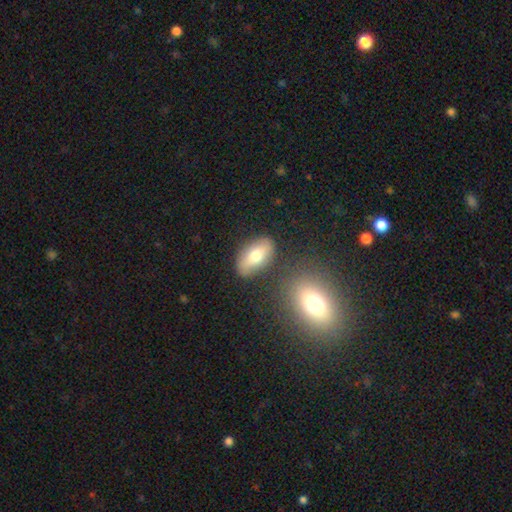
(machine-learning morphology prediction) Q: Smooth or featured?
A: smooth (68%); runner-up: featured or disk (24%)
Q: How rounded?
A: in between (89%); runner-up: cigar-shaped (6%)
Q: Merging?
A: none (78%); runner-up: minor disturbance (12%)